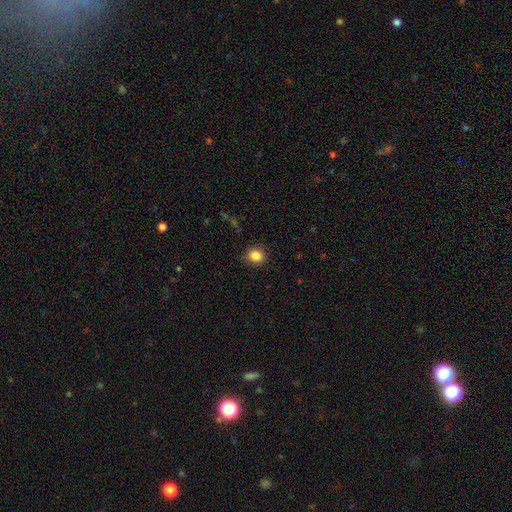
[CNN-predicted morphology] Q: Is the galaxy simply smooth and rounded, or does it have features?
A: smooth — 85%.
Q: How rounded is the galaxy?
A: round — 66%.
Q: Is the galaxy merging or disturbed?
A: none — 85%.